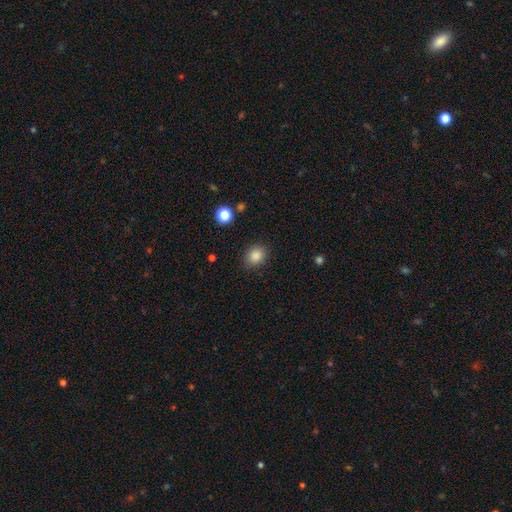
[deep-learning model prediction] Smooth or featured: smooth — 86% (star or artifact — 10%)
How rounded: round — 53% (in between — 46%)
Merging: none — 85% (minor disturbance — 11%)